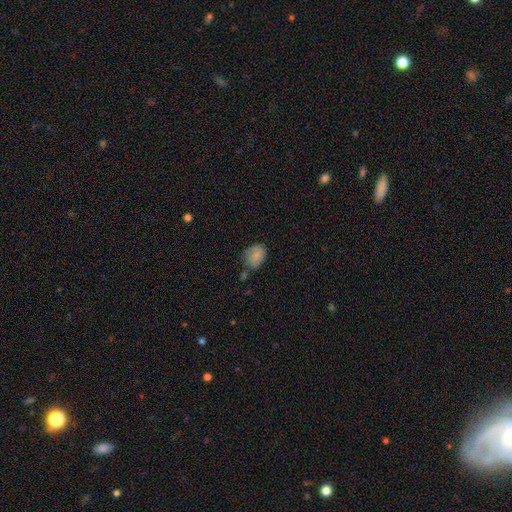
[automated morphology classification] A smooth galaxy with no disk features (76%) that is in between round and cigar-shaped (63%). Merging: none (49%).